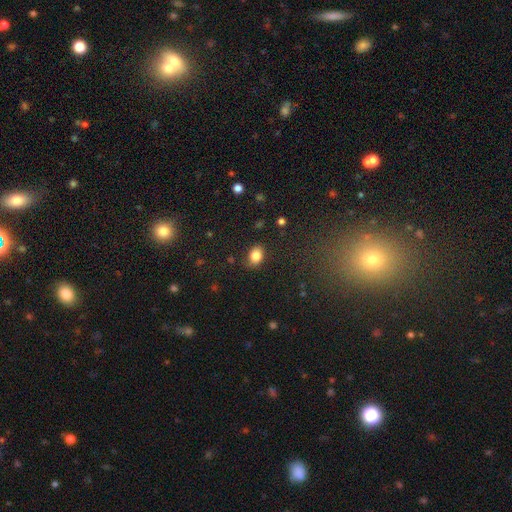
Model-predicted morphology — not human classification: This appears to be a smooth galaxy with no disk features (84%) that is in between round and cigar-shaped (73%). Merging: none (80%).